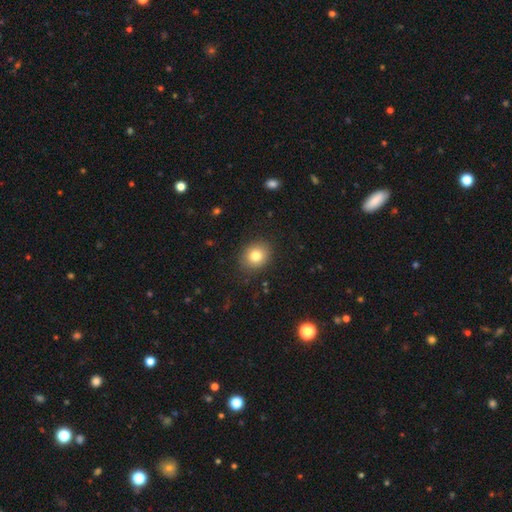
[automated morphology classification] smooth_or_featured: smooth (p=0.80) [alt: star or artifact p=0.10]
how_rounded: round (p=0.66) [alt: in between p=0.33]
merging: none (p=0.88) [alt: minor disturbance p=0.08]